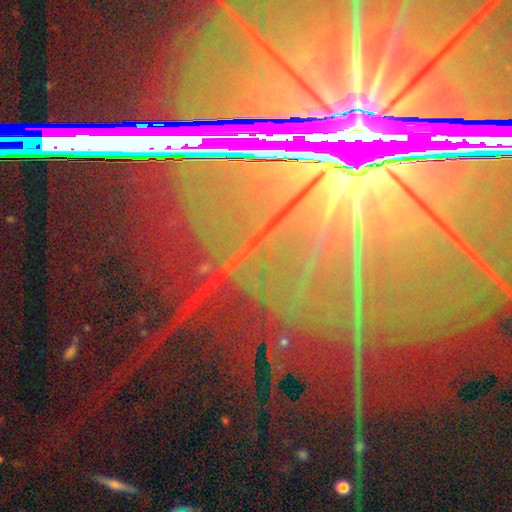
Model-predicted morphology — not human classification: This is clearly a star or artifact rather than a galaxy (89%).